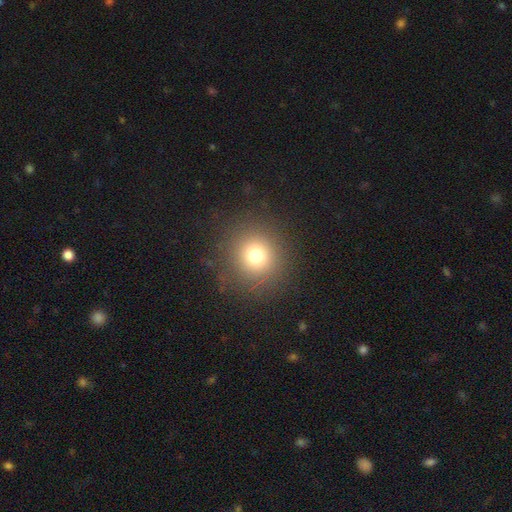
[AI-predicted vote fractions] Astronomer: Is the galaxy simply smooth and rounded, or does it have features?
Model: smooth — 74%.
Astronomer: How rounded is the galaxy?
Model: round — 92%.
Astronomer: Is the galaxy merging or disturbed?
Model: none — 87%.